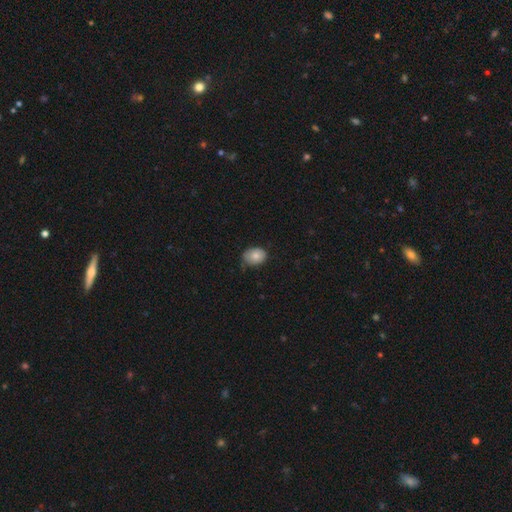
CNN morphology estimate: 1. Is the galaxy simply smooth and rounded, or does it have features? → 80% smooth, 12% featured or disk, 8% star or artifact.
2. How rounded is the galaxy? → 66% in between, 33% round, 1% cigar-shaped.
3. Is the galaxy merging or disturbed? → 65% none, 29% minor disturbance, 5% major disturbance, 1% merger.